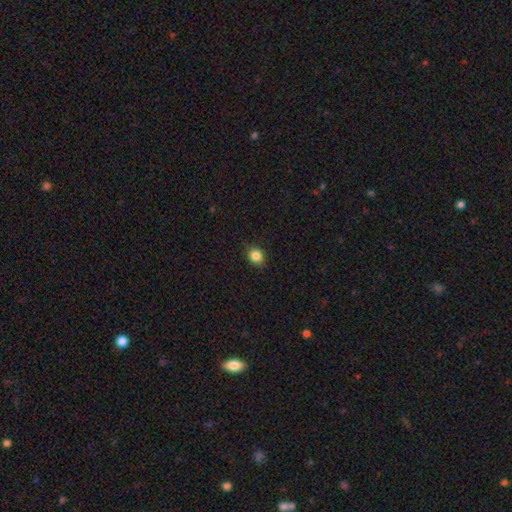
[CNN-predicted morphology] This is clearly a smooth galaxy (85%). How rounded: likely round (67%). Merging: clearly none (85%).